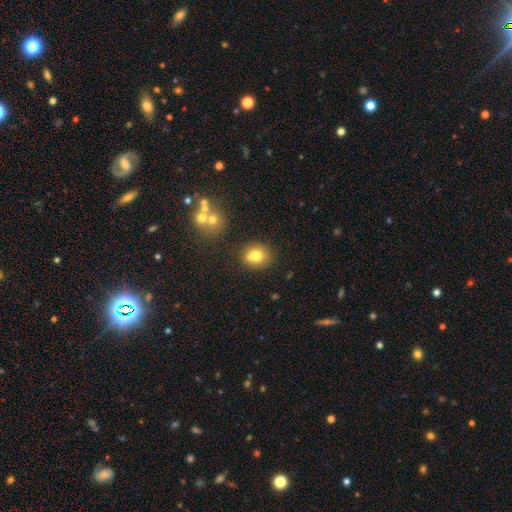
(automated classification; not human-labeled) Smooth or featured: smooth — 73% (featured or disk — 14%)
How rounded: round — 72% (in between — 27%)
Merging: none — 58% (merger — 26%)